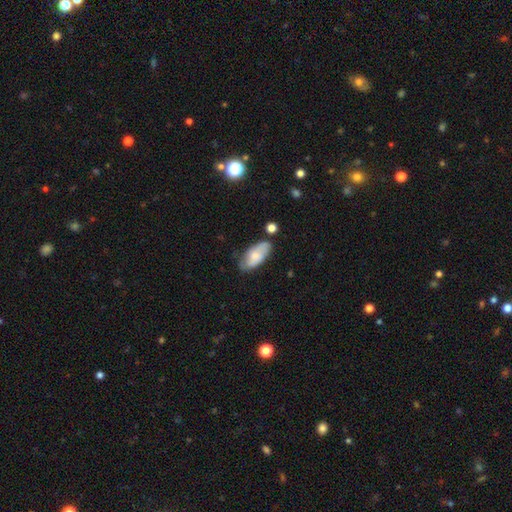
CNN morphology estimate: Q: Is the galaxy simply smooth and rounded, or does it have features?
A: smooth — 64%.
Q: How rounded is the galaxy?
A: in between — 89%.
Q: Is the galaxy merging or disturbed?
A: none — 63%.